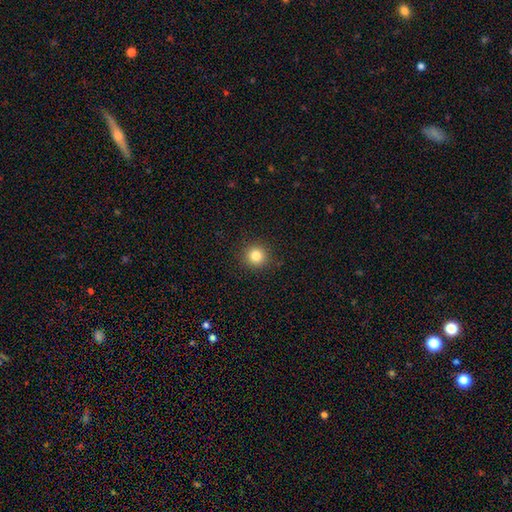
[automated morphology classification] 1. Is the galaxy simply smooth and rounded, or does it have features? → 82% smooth, 12% star or artifact, 6% featured or disk.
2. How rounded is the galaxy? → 93% round, 6% in between, 1% cigar-shaped.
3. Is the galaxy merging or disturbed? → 91% none, 6% minor disturbance, 2% major disturbance, 1% merger.